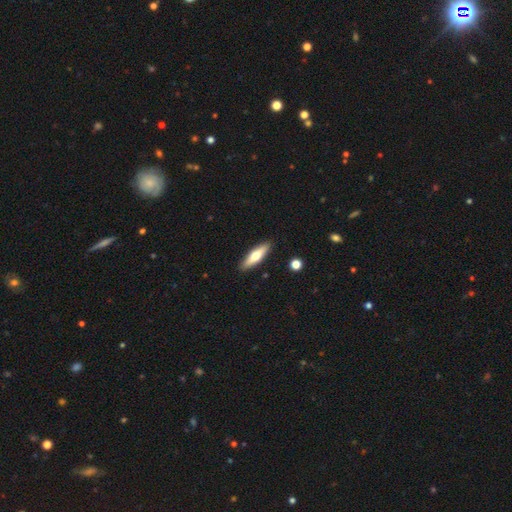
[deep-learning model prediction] smooth-or-featured: smooth: 53% | featured or disk: 41% | star or artifact: 5%
  how-rounded: cigar-shaped: 66% | in between: 32% | round: 2%
  merging: none: 89% | minor disturbance: 7% | major disturbance: 2% | merger: 2%